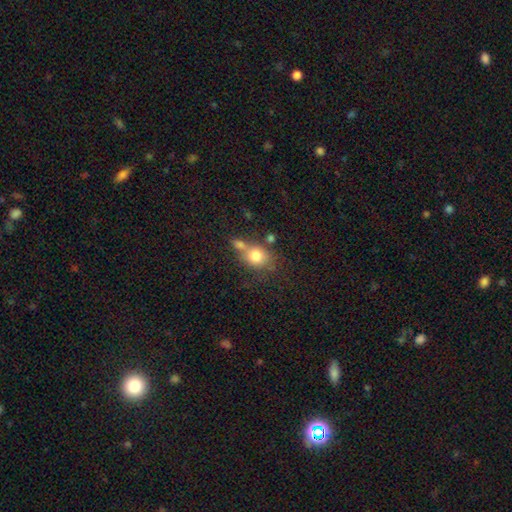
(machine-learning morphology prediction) Smooth or featured? Predicted: smooth (p=0.77). How rounded? Predicted: round (p=0.59). Merging? Predicted: none (p=0.42).